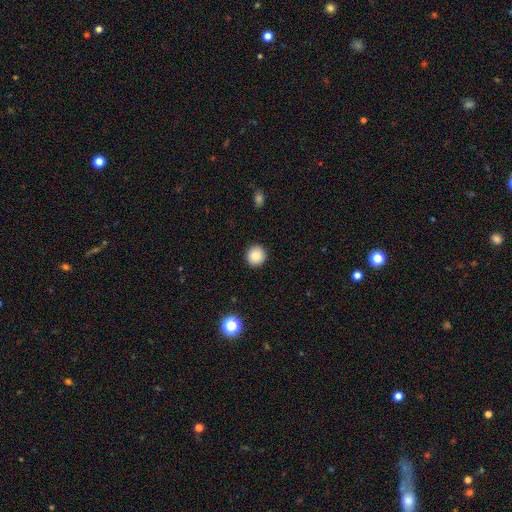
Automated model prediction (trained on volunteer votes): This appears to be a smooth galaxy with no disk features (86%) that is round (94%). Merging: none (92%).